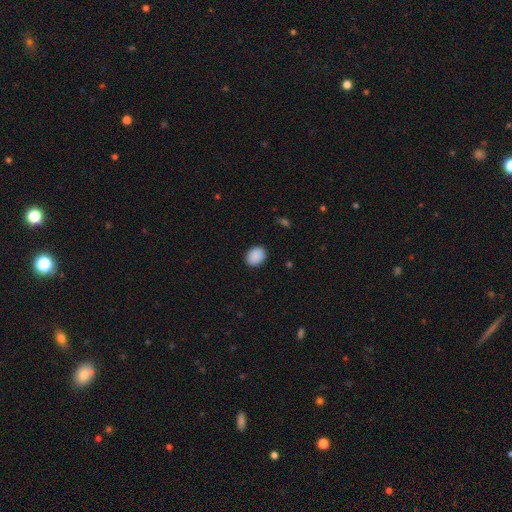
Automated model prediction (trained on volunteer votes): Smooth or featured? smooth (90%)
How rounded? in between (59%)
Merging? none (88%)